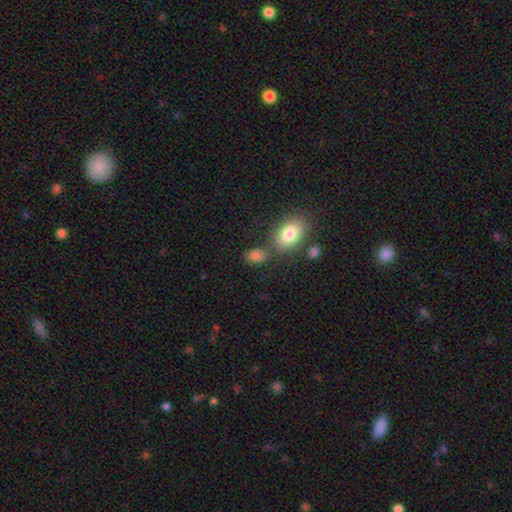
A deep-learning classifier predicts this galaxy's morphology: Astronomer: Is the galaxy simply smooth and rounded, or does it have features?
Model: smooth — 82%.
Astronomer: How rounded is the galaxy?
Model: in between — 81%.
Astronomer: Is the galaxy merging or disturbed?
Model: none — 62%.